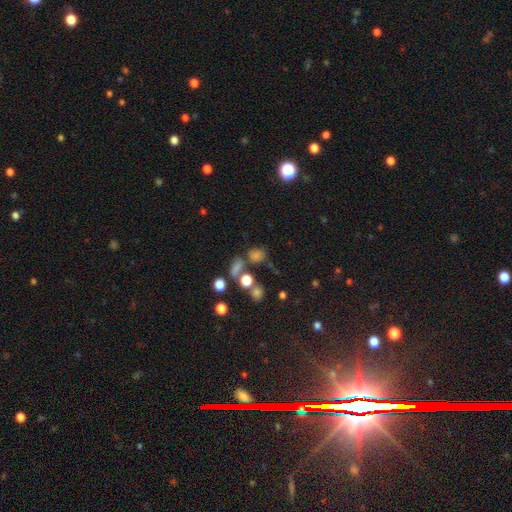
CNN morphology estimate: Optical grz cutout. It shows a smooth galaxy with no disk features (55%) that is round (64%). Merging: none (57%).